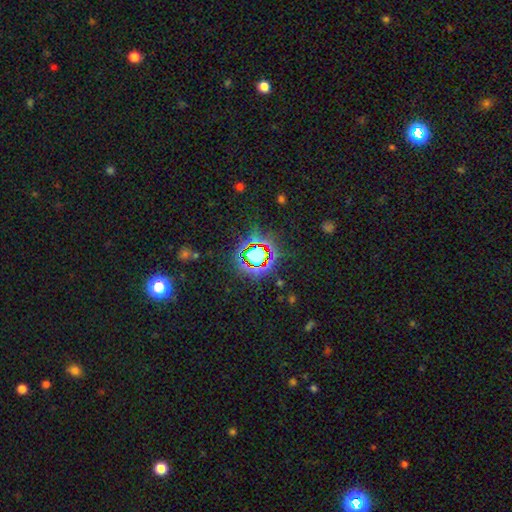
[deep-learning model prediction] Q: Smooth or featured?
A: star or artifact (72%); runner-up: smooth (18%)